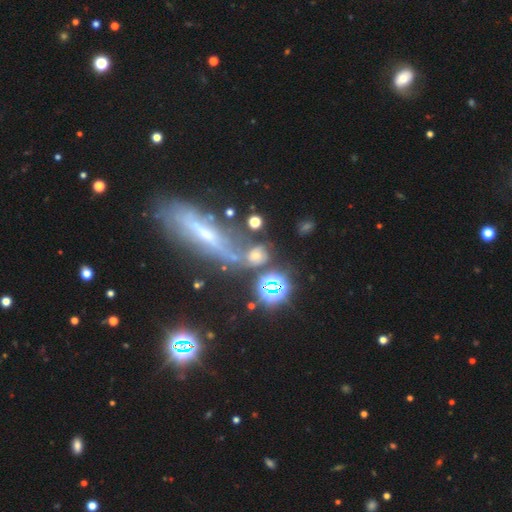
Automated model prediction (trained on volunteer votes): This is marginally a smooth galaxy (38%). Merging: marginally none (42%).